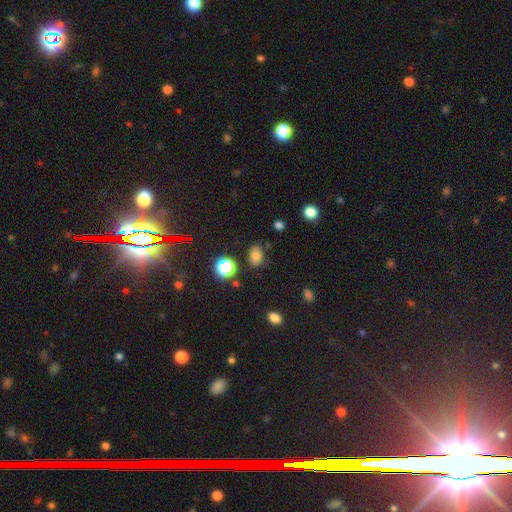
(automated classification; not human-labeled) This is likely a smooth galaxy (74%). How rounded: likely in between (73%). Merging: likely none (79%).